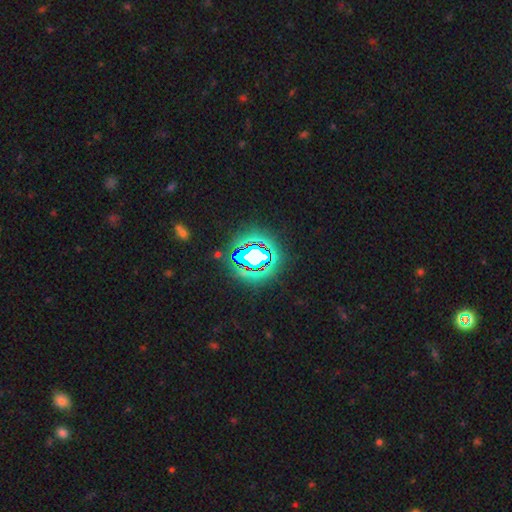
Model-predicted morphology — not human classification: star or artifact 71%, smooth 16%, featured or disk 13%.